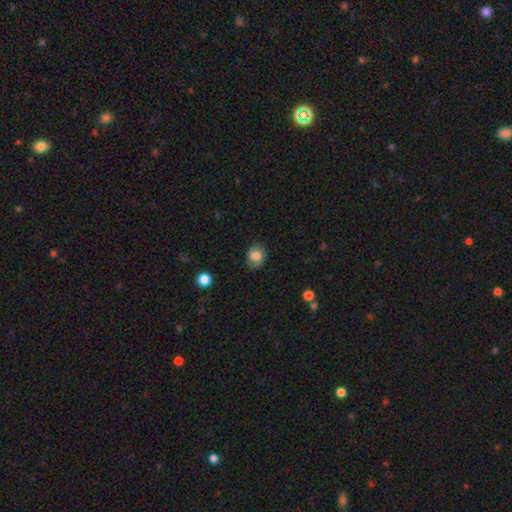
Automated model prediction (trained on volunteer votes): Overall: smooth (77%). How rounded: round (56%; in between 43%). Merging: none (78%).